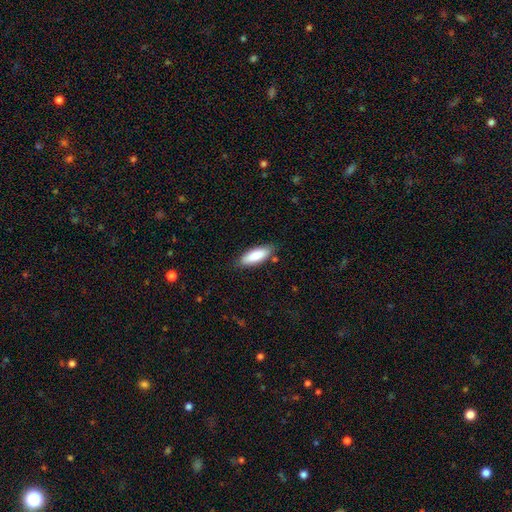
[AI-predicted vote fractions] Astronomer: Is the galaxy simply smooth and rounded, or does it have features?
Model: smooth — 85%.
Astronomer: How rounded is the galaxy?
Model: in between — 67%.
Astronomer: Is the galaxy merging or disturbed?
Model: none — 83%.